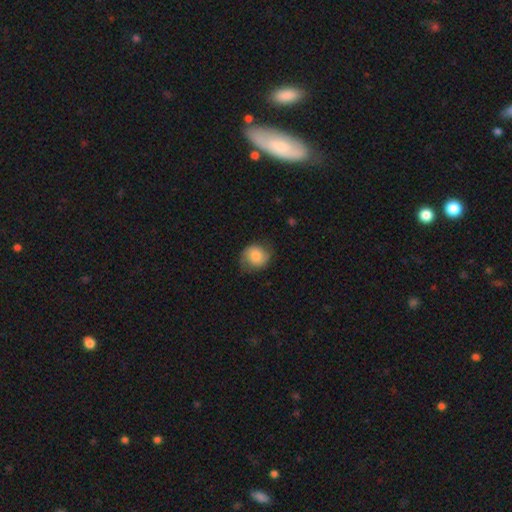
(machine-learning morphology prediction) This appears to be a smooth galaxy with no disk features (71%) that is round (77%). Merging: none (68%).